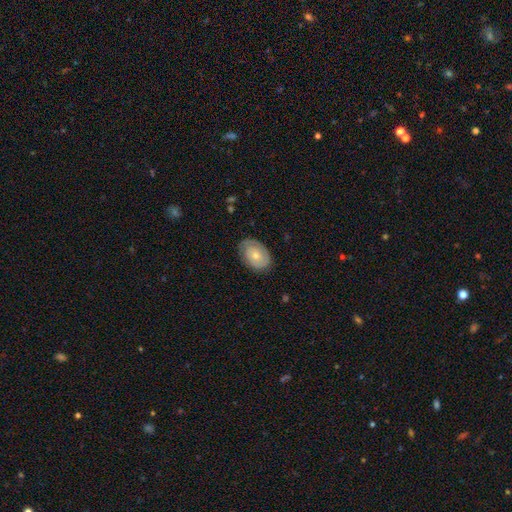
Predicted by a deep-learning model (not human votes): featured or disk 52%, smooth 42%, star or artifact 6%. Down the decision tree: edge-on disk — no (95%); merging — none (75%).